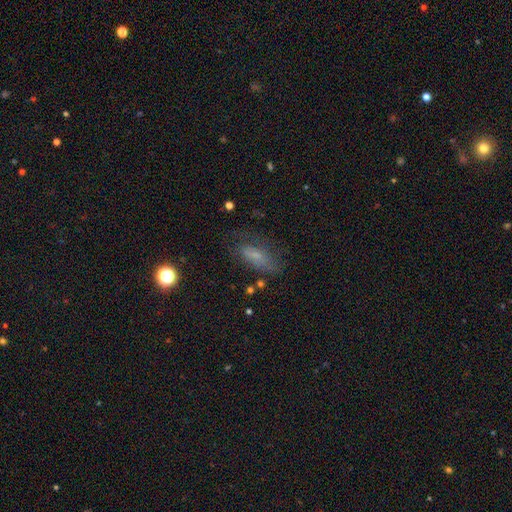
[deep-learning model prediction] Smooth or featured? Predicted: smooth (p=0.56). How rounded? Predicted: in between (p=0.73). Merging? Predicted: none (p=0.56).